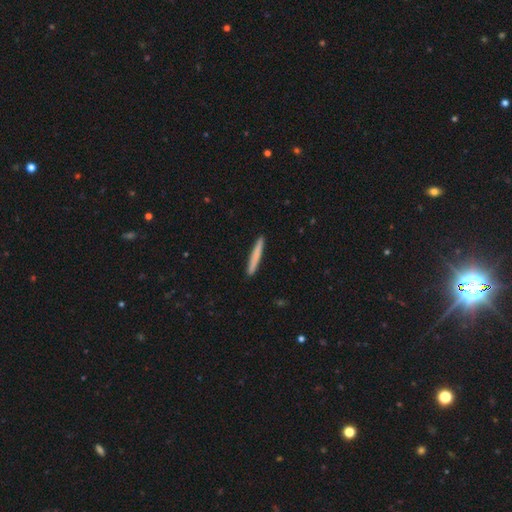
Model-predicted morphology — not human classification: Overall: smooth (74%). How rounded: cigar-shaped (97%). Merging: none (93%).